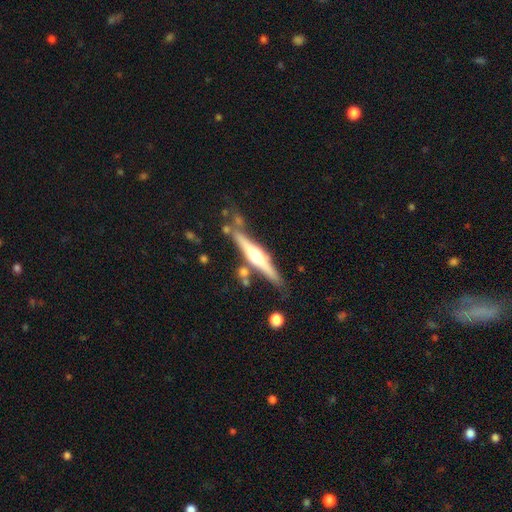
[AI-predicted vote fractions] Smooth or featured? Predicted: featured or disk (p=0.73). Edge-on disk? Predicted: yes (p=0.97). Edge-on bulge? Predicted: rounded (p=0.90). Merging? Predicted: none (p=0.75).